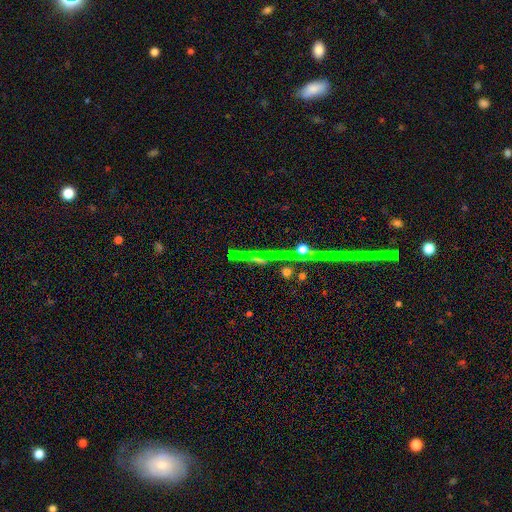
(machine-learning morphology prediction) Smooth or featured? Predicted: featured or disk (p=0.44). Merging? Predicted: none (p=0.64).